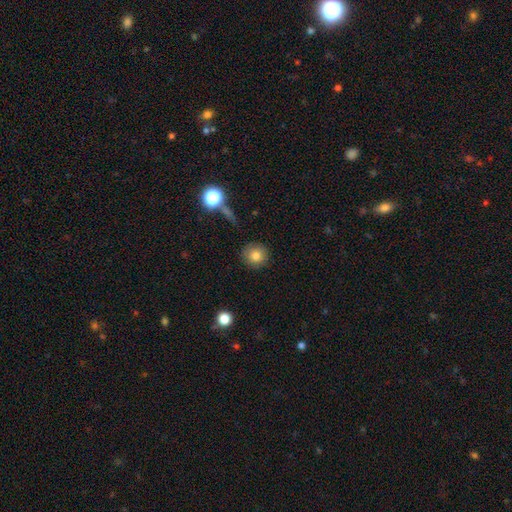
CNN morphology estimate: Smooth or featured: smooth — 81% (star or artifact — 10%)
How rounded: round — 92% (in between — 7%)
Merging: none — 87% (minor disturbance — 8%)